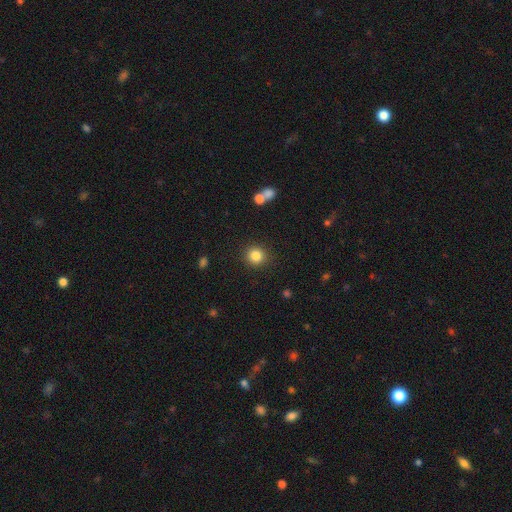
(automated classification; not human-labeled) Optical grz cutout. It shows a smooth galaxy with no disk features (84%) that is round (91%). Merging: none (90%).